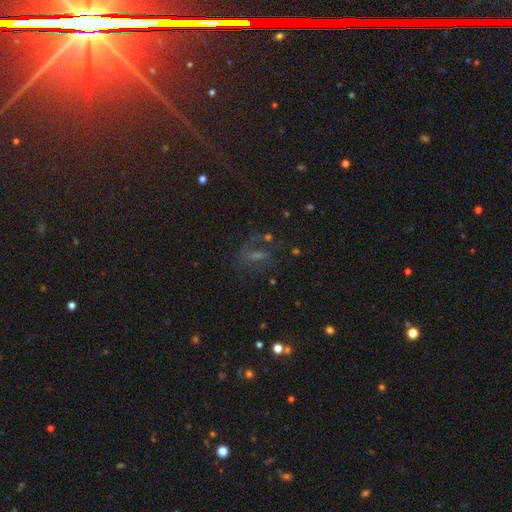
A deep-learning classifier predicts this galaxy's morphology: This is marginally a featured or disk galaxy (45%). Merging: possibly none (53%).